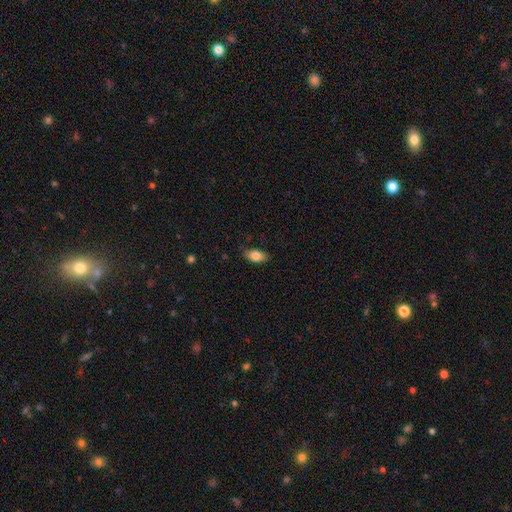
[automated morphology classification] This is clearly a smooth galaxy (83%). How rounded: clearly in between (91%). Merging: likely none (79%).